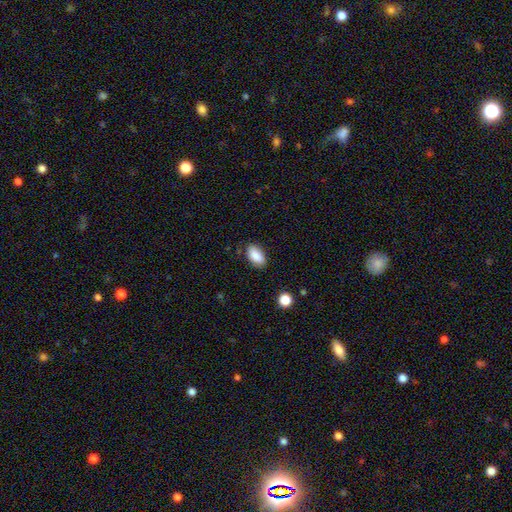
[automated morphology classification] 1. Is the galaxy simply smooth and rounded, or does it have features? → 88% smooth, 7% star or artifact, 5% featured or disk.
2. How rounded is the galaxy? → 93% in between, 4% round, 3% cigar-shaped.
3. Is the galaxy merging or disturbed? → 83% none, 13% minor disturbance, 3% major disturbance, 1% merger.